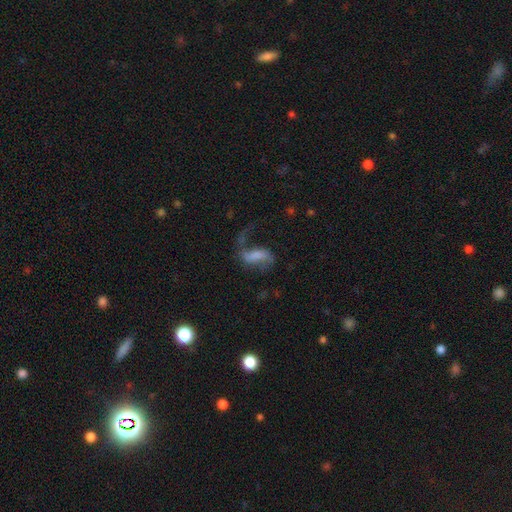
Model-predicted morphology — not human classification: Smooth or featured?
  - featured or disk: 65% *
  - smooth: 26%
  - star or artifact: 9%
Edge-on disk?
  - no: 95% *
  - yes: 5%
Bar?
  - weak: 39% *
  - strong: 32%
  - no: 28%
Spiral arms?
  - yes: 85% *
  - no: 15%
Spiral winding?
  - loose: 81% *
  - medium: 15%
  - tight: 4%
Spiral arm count?
  - 2: 72% *
  - 1: 22%
  - can't tell: 3%
  - 3: 1%
  - 4: 1%
  - more than 4: 1%
Bulge size?
  - none: 38% *
  - small: 24%
  - moderate: 22%
  - large: 13%
  - dominant: 3%
Merging?
  - none: 41% *
  - major disturbance: 37%
  - minor disturbance: 17%
  - merger: 5%